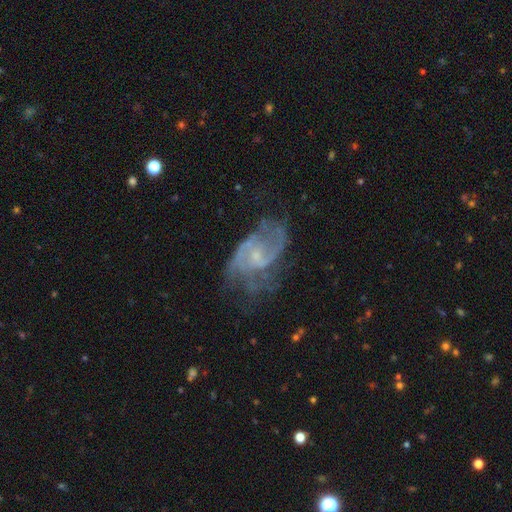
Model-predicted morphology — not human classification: Smooth or featured?
  - featured or disk: 81% *
  - smooth: 11%
  - star or artifact: 8%
Edge-on disk?
  - no: 97% *
  - yes: 3%
Bar?
  - no: 57% *
  - weak: 37%
  - strong: 6%
Spiral arms?
  - yes: 88% *
  - no: 12%
Spiral winding?
  - medium: 47% *
  - loose: 30%
  - tight: 24%
Spiral arm count?
  - 2: 52% *
  - can't tell: 25%
  - 3: 11%
  - 1: 5%
  - 4: 4%
  - more than 4: 3%
Bulge size?
  - small: 68% *
  - moderate: 19%
  - none: 12%
  - large: 1%
  - dominant: 1%
Merging?
  - none: 50% *
  - minor disturbance: 24%
  - major disturbance: 23%
  - merger: 3%